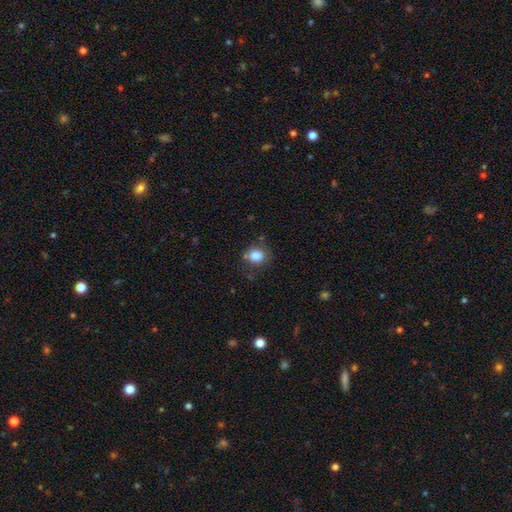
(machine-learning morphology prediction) This is clearly a smooth galaxy (83%). How rounded: likely round (72%). Merging: likely none (71%).